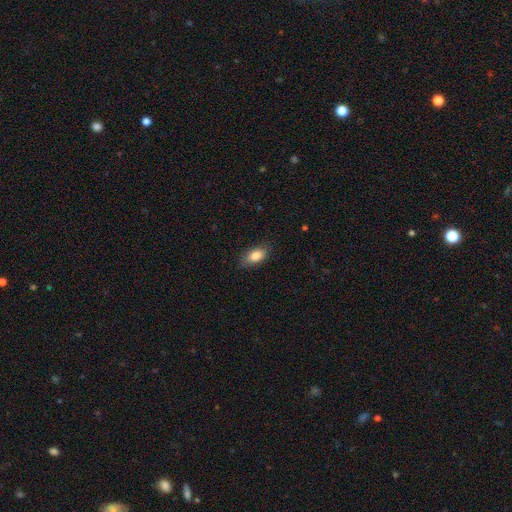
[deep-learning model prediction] A smooth galaxy with no disk features (85%) that is in between round and cigar-shaped (89%).

Vote fractions:
- Smooth or featured? smooth: 85% / featured or disk: 8% / star or artifact: 7%
- How rounded? in between: 89% / round: 6% / cigar-shaped: 5%
- Merging? none: 83% / minor disturbance: 13% / major disturbance: 3% / merger: 1%